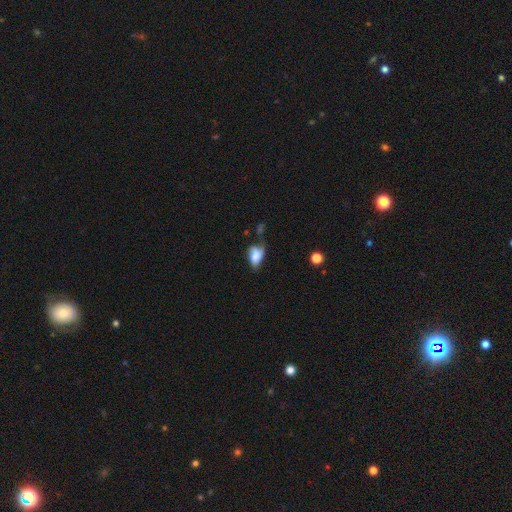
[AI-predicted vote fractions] Smooth or featured? smooth (63%)
How rounded? in between (87%)
Merging? minor disturbance (34%)